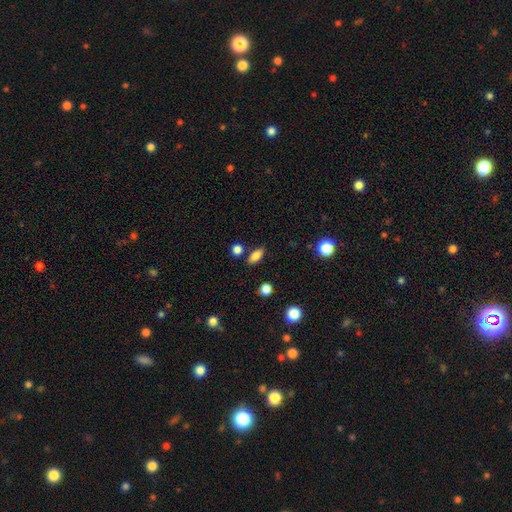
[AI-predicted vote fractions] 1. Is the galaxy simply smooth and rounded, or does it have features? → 81% smooth, 10% featured or disk, 9% star or artifact.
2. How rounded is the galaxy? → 80% in between, 13% cigar-shaped, 7% round.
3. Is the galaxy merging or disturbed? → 82% none, 10% minor disturbance, 5% merger, 3% major disturbance.